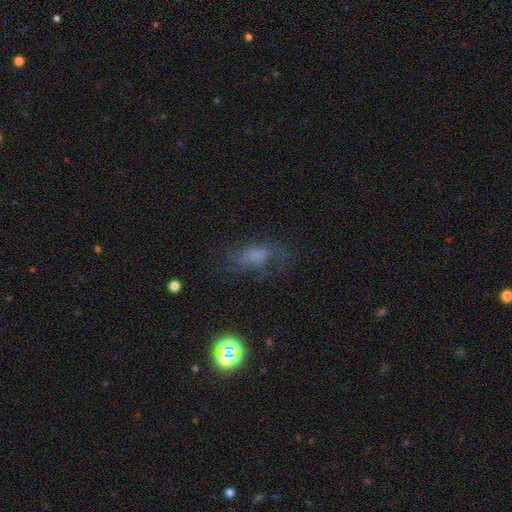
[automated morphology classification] type=smooth (45%); merging=none (48%).